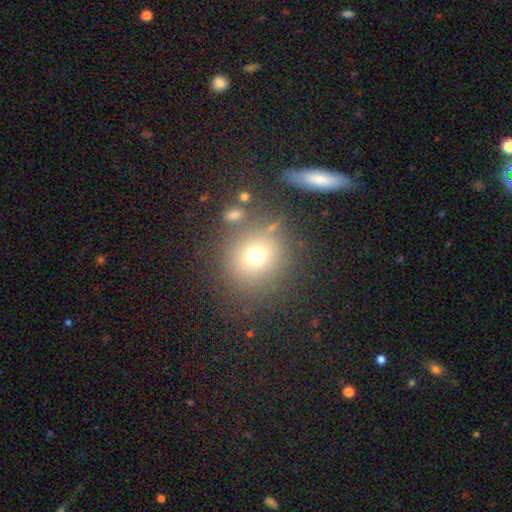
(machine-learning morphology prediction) This appears to be a smooth galaxy with no disk features (70%) that is round (86%). Merging: none (77%).